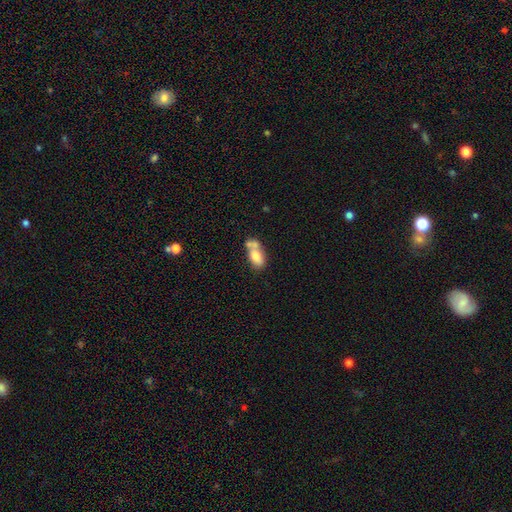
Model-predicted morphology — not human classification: smooth_or_featured: smooth (p=0.73) [alt: featured or disk p=0.19]
how_rounded: in between (p=0.88) [alt: round p=0.08]
merging: merger (p=0.53) [alt: none p=0.26]